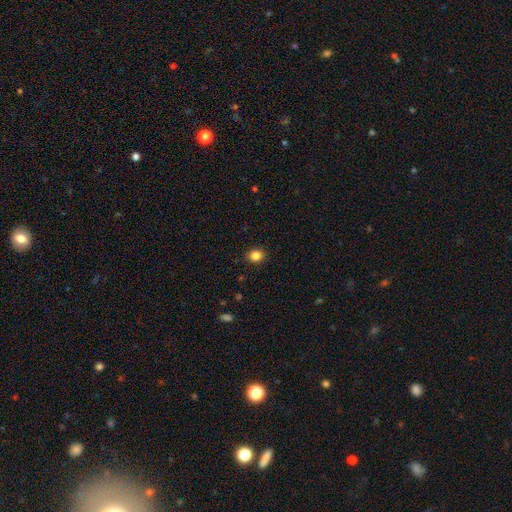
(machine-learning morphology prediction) Q: Smooth or featured?
A: smooth (85%); runner-up: star or artifact (11%)
Q: How rounded?
A: round (72%); runner-up: in between (27%)
Q: Merging?
A: none (91%); runner-up: minor disturbance (6%)